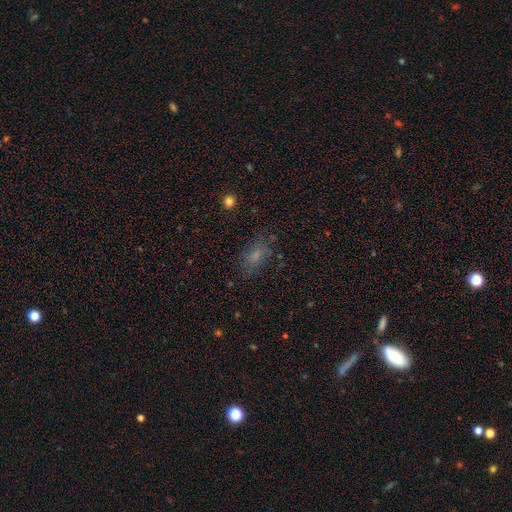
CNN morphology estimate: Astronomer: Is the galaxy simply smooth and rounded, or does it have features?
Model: smooth — 68%.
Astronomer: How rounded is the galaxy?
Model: in between — 83%.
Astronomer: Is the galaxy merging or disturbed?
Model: none — 73%.